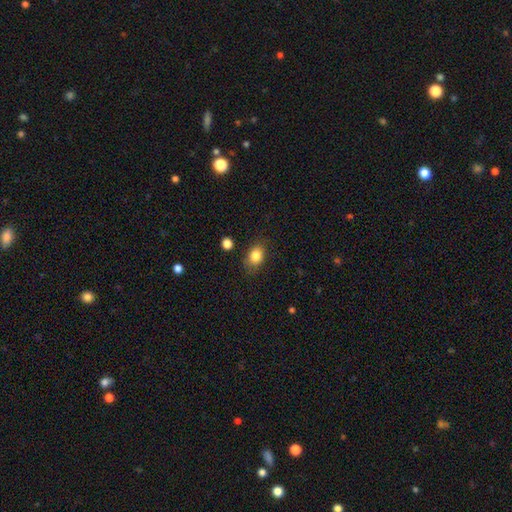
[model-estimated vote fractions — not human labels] This is clearly a smooth galaxy (83%). How rounded: likely in between (72%). Merging: likely none (78%).